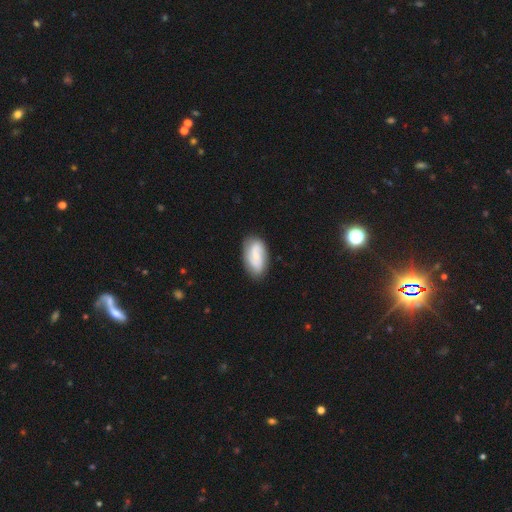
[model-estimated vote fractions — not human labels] The model was most divided on "smooth or featured" (2-way tie): featured or disk: 47%, smooth: 47%, star or artifact: 7%. More confident: merging — none (76%).